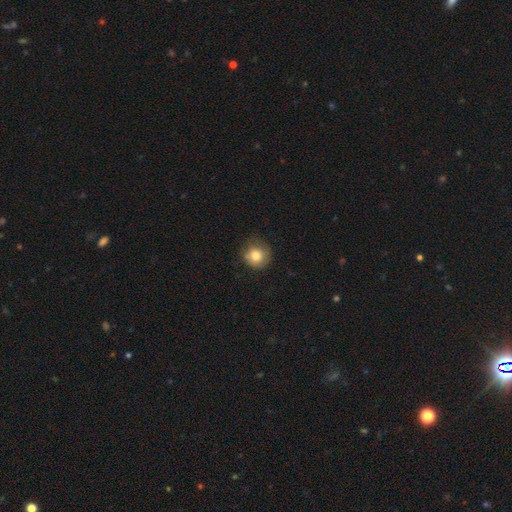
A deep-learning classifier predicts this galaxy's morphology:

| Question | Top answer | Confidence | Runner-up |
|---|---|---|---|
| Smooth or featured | smooth | 79% | featured or disk (11%) |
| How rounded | round | 91% | in between (8%) |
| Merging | none | 68% | minor disturbance (23%) |